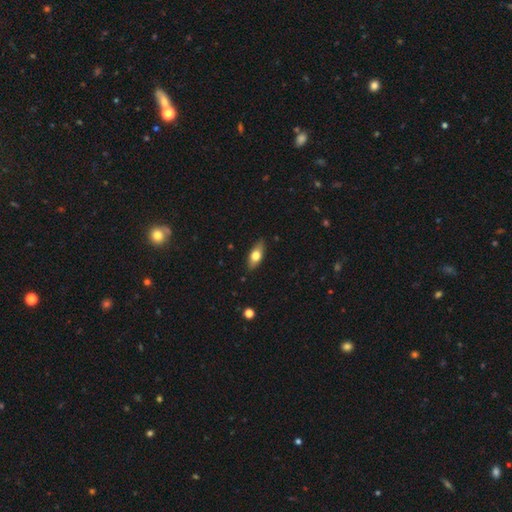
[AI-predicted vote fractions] Smooth or featured: smooth — 68% (featured or disk — 26%)
How rounded: in between — 79% (cigar-shaped — 18%)
Merging: none — 85% (minor disturbance — 11%)